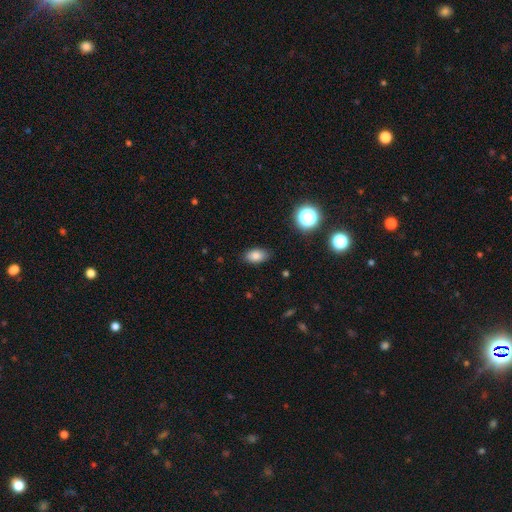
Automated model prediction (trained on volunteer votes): Morphology: type=smooth (81%); roundness=in between (88%); merging=none (84%).